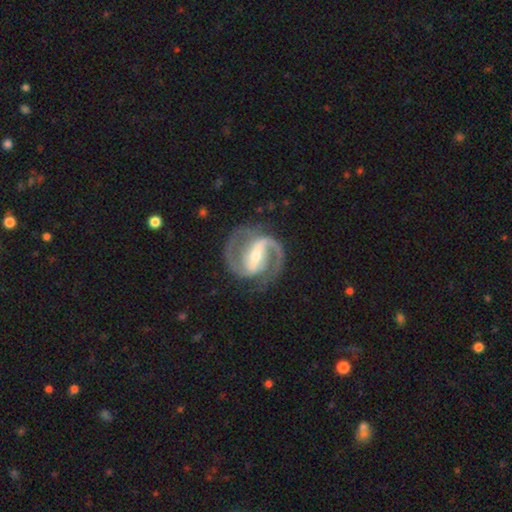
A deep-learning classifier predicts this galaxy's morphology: smooth_or_featured: featured or disk (p=0.93) [alt: star or artifact p=0.04]
disk_edge_on: no (p=0.98) [alt: yes p=0.02]
bar: strong (p=0.66) [alt: weak p=0.26]
has_spiral_arms: yes (p=0.98) [alt: no p=0.02]
spiral_winding: medium (p=0.59) [alt: tight p=0.30]
spiral_arm_count: 2 (p=0.93) [alt: can't tell p=0.02]
bulge_size: small (p=0.54) [alt: moderate p=0.41]
merging: none (p=0.82) [alt: minor disturbance p=0.11]